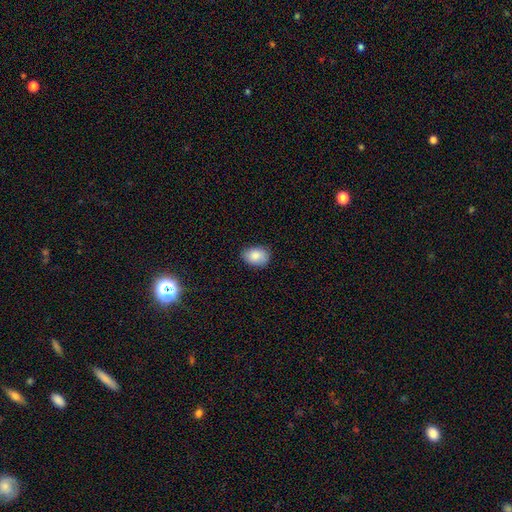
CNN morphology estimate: Smooth or featured? smooth (85%)
How rounded? in between (74%)
Merging? none (81%)